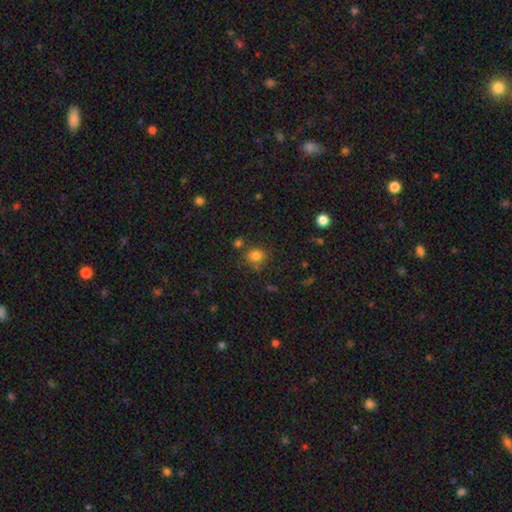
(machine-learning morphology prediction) A smooth galaxy with no disk features (79%) that is round (76%). Merging: none (70%).